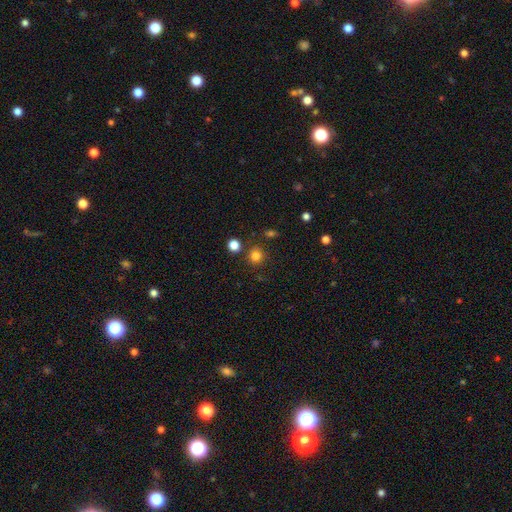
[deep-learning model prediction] Q: Smooth or featured?
A: smooth (80%); runner-up: star or artifact (15%)
Q: How rounded?
A: round (88%); runner-up: in between (11%)
Q: Merging?
A: none (80%); runner-up: minor disturbance (10%)